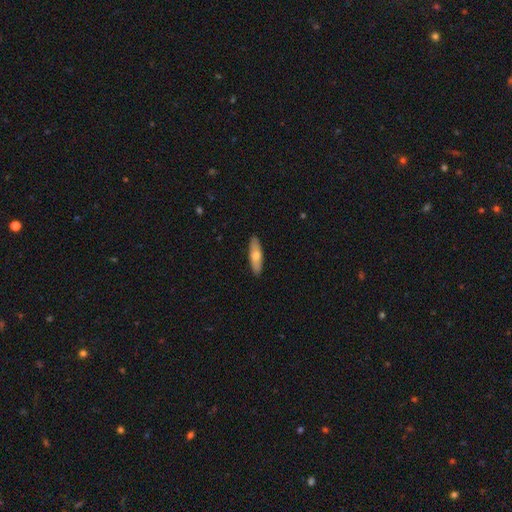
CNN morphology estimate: The model was most divided on "smooth or featured": smooth: 62%, featured or disk: 33%, star or artifact: 6%. More confident: merging — none (90%); how rounded — cigar-shaped (65%).